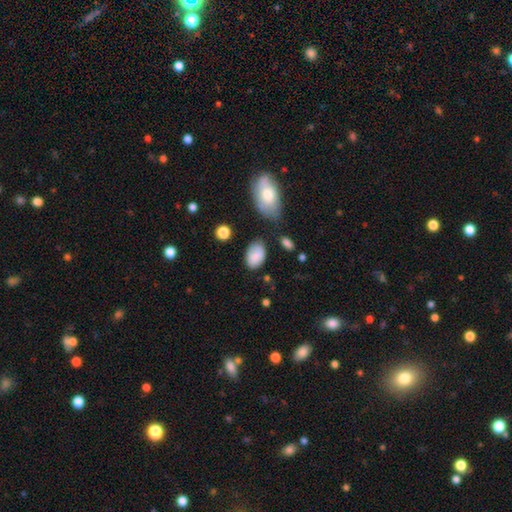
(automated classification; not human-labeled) Morphology: type=smooth (82%); roundness=in between (89%); merging=none (67%).